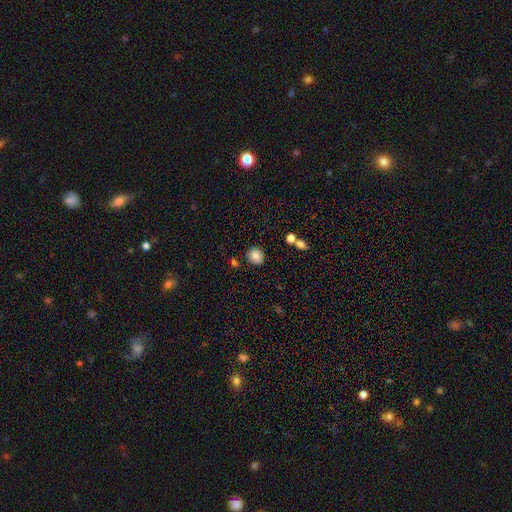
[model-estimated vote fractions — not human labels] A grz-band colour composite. It shows a smooth galaxy with no disk features (84%) that is round (86%). Merging: none (83%).